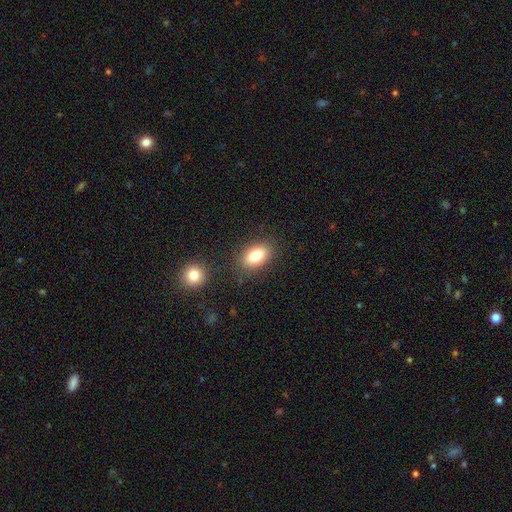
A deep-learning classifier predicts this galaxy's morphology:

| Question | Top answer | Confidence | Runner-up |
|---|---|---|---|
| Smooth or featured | smooth | 82% | featured or disk (9%) |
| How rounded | in between | 88% | round (10%) |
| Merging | none | 83% | minor disturbance (10%) |